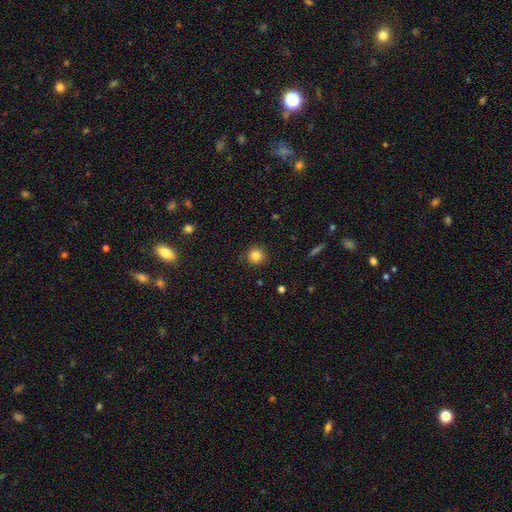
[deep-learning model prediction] smooth-or-featured: smooth: 83% | star or artifact: 11% | featured or disk: 6%
  how-rounded: round: 93% | in between: 6% | cigar-shaped: 1%
  merging: none: 88% | minor disturbance: 8% | major disturbance: 2% | merger: 1%